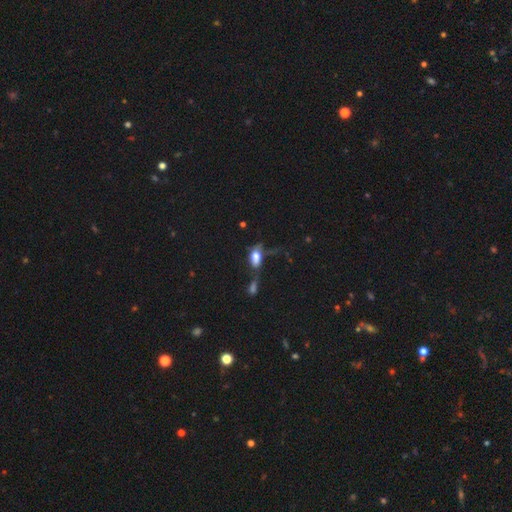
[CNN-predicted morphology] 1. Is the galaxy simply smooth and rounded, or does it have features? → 65% smooth, 22% featured or disk, 13% star or artifact.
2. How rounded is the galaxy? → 85% in between, 8% round, 6% cigar-shaped.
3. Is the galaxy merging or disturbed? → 29% major disturbance, 28% merger, 25% none, 18% minor disturbance.